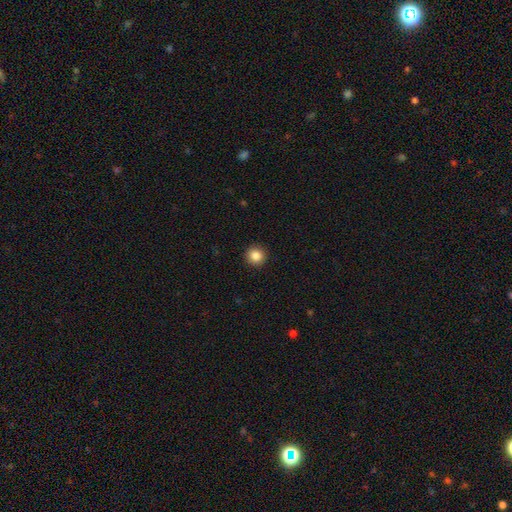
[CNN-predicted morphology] A smooth galaxy with no disk features (86%) that is round (95%). Merging: none (93%).